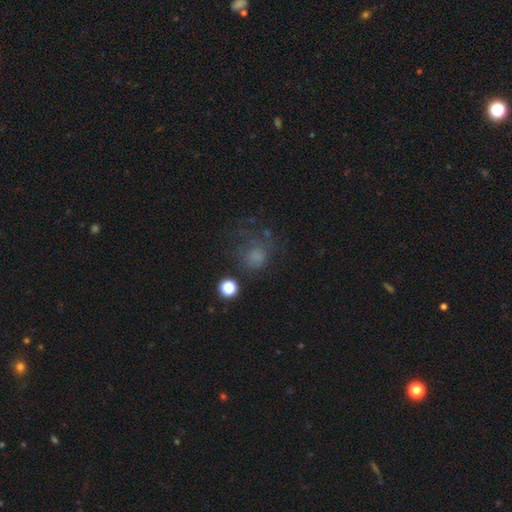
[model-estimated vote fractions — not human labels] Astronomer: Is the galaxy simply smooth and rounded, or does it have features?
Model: smooth — 60%.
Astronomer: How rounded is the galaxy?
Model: round — 76%.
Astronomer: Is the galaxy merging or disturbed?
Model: none — 50% (runner-up: major disturbance, 26%).